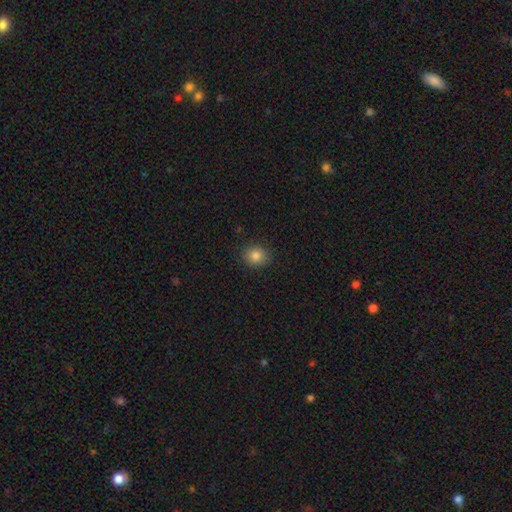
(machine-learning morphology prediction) Smooth or featured? smooth (83%)
How rounded? round (73%)
Merging? none (89%)